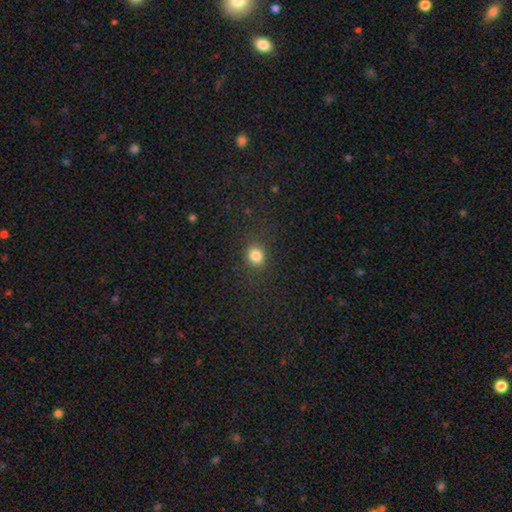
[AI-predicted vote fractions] Smooth or featured: smooth — 83% (star or artifact — 13%)
How rounded: round — 70% (in between — 29%)
Merging: none — 85% (minor disturbance — 9%)